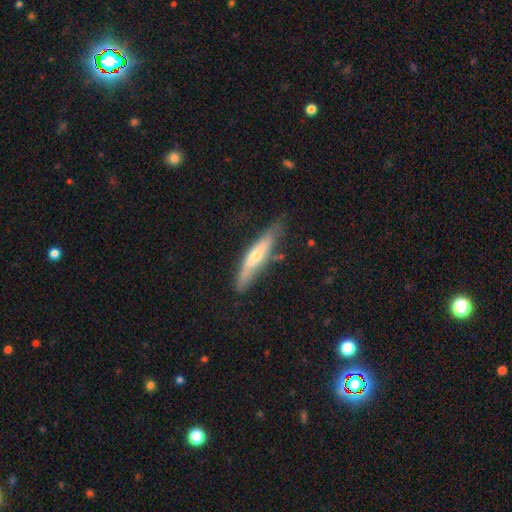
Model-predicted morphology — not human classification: smooth-or-featured: featured or disk: 55% | smooth: 36% | star or artifact: 9%
  disk-edge-on: yes: 85% | no: 15%
  merging: none: 72% | minor disturbance: 21% | major disturbance: 5% | merger: 2%